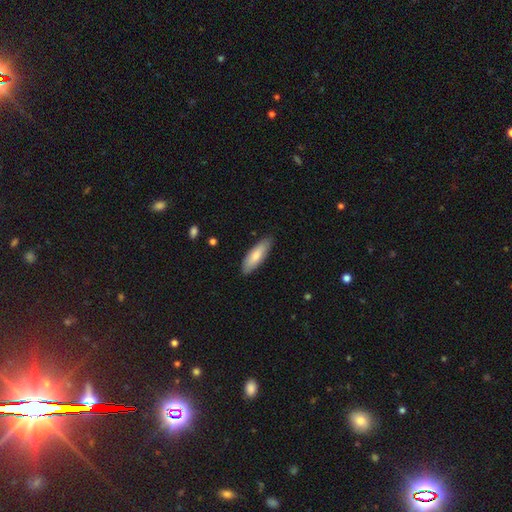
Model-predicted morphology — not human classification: smooth 79%, featured or disk 17%, star or artifact 5%. Down the decision tree: how rounded — in between (53%); merging — none (87%).